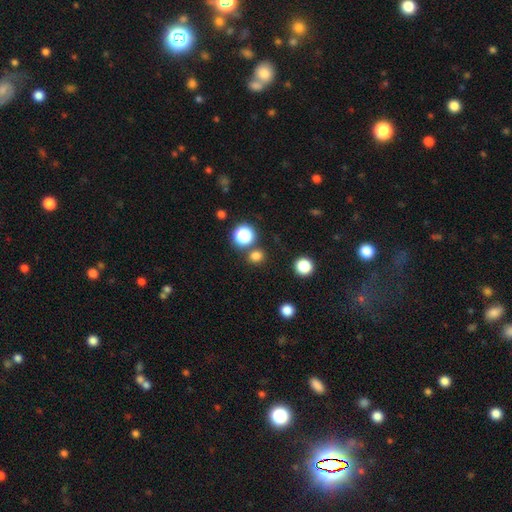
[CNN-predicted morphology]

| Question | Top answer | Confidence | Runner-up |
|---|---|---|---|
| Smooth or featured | smooth | 75% | star or artifact (20%) |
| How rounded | round | 80% | in between (19%) |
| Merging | none | 79% | merger (11%) |